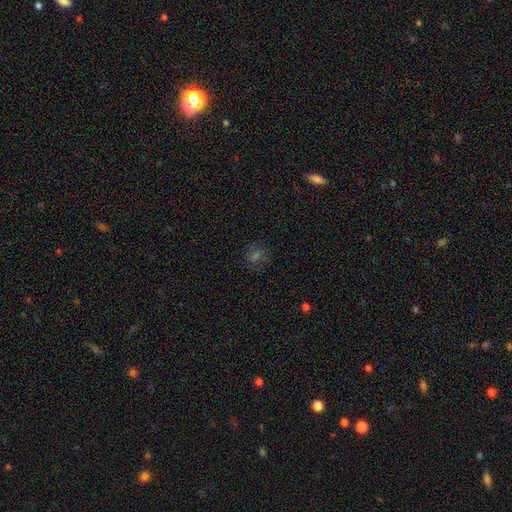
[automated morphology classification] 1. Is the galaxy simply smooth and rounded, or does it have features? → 43% smooth, 34% star or artifact, 24% featured or disk.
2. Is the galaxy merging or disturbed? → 82% none, 11% minor disturbance, 5% major disturbance, 2% merger.